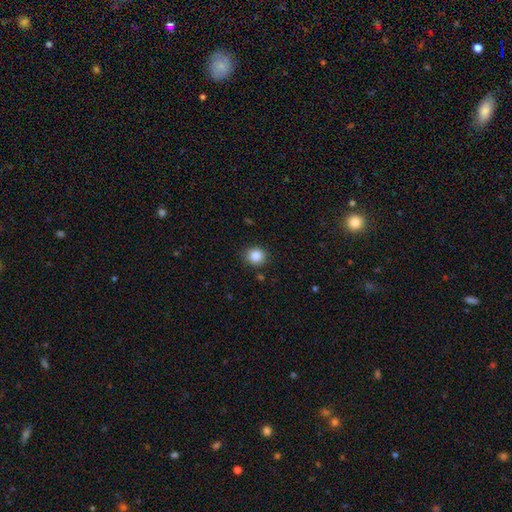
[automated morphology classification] A smooth galaxy with no disk features (86%) that is round (86%). Merging: none (89%).